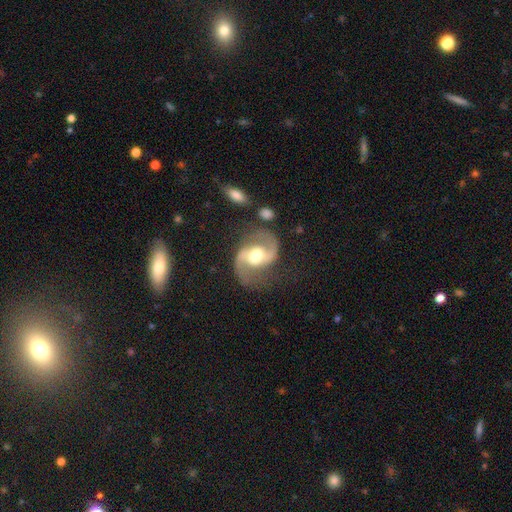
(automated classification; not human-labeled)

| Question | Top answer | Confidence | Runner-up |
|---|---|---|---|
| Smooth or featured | featured or disk | 91% | smooth (5%) |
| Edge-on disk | no | 98% | yes (2%) |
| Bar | weak | 43% | no (30%) |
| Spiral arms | yes | 97% | no (3%) |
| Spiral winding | medium | 55% | loose (35%) |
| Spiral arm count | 2 | 94% | 1 (2%) |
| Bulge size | moderate | 65% | large (24%) |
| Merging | none | 71% | minor disturbance (16%) |